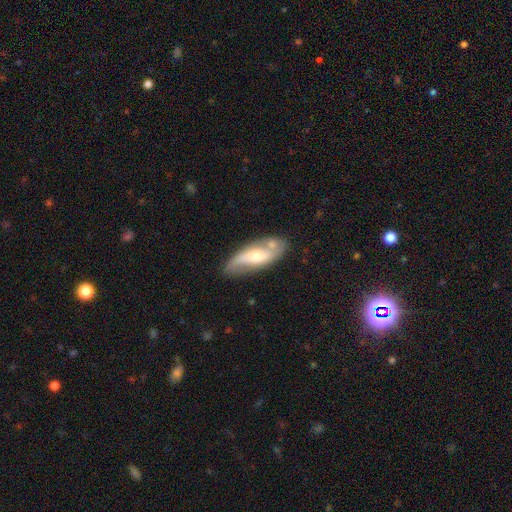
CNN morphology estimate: The model was most divided on "bar": no: 51%, weak: 33%, strong: 15%. More confident: edge-on disk — no (81%); spiral arms — yes (76%); smooth or featured — featured or disk (63%); bulge size — moderate (62%); merging — none (62%).